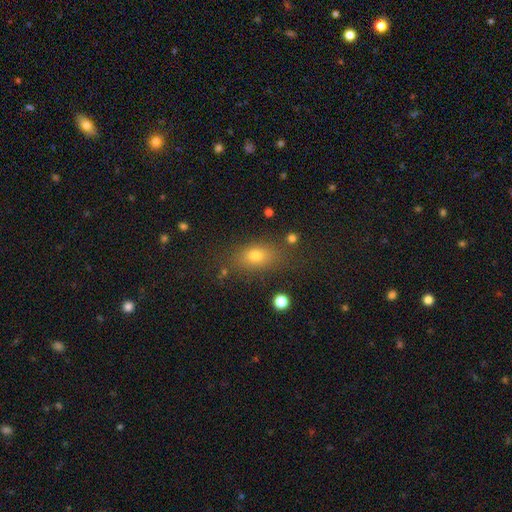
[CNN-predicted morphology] A smooth galaxy with no disk features (72%) that is in between round and cigar-shaped (75%).

Vote fractions:
- Smooth or featured? smooth: 72% / star or artifact: 15% / featured or disk: 13%
- How rounded? in between: 75% / round: 19% / cigar-shaped: 6%
- Merging? none: 76% / minor disturbance: 14% / major disturbance: 6% / merger: 4%